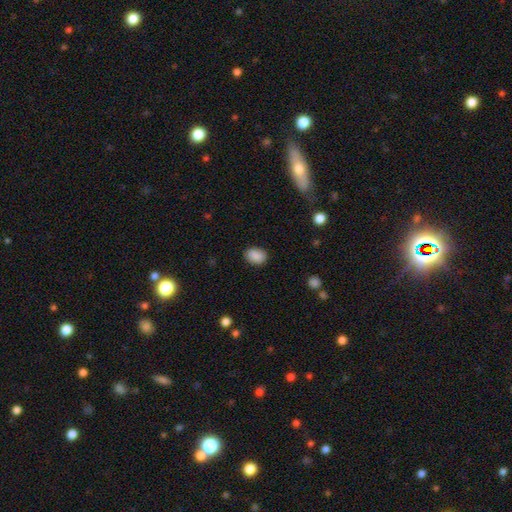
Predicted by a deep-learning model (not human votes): smooth_or_featured: smooth (p=0.89) [alt: star or artifact p=0.08]
how_rounded: in between (p=0.71) [alt: round p=0.28]
merging: none (p=0.86) [alt: minor disturbance p=0.10]